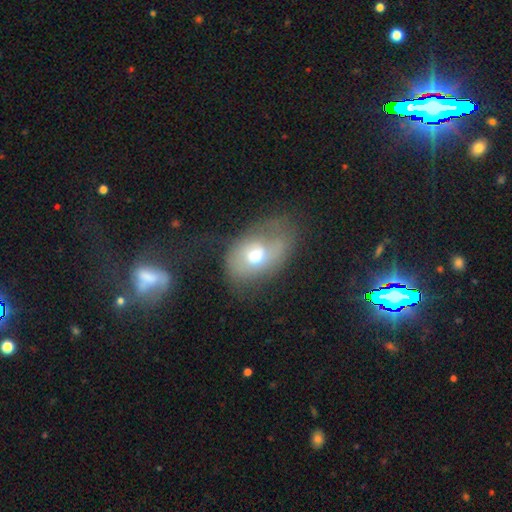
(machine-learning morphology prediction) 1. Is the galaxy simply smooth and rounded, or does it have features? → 51% smooth, 39% featured or disk, 10% star or artifact.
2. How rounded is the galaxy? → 75% in between, 24% round, 1% cigar-shaped.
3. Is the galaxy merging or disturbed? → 34% major disturbance, 33% none, 29% minor disturbance, 4% merger.